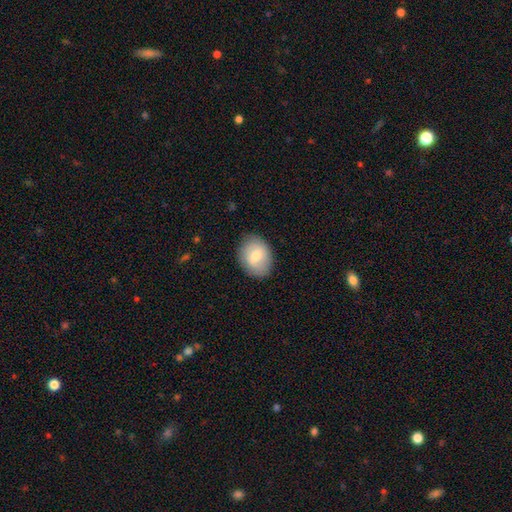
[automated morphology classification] Smooth or featured?
  - smooth: 70% *
  - featured or disk: 23%
  - star or artifact: 7%
How rounded?
  - in between: 59% *
  - round: 40%
  - cigar-shaped: 1%
Merging?
  - none: 83% *
  - minor disturbance: 13%
  - major disturbance: 3%
  - merger: 1%